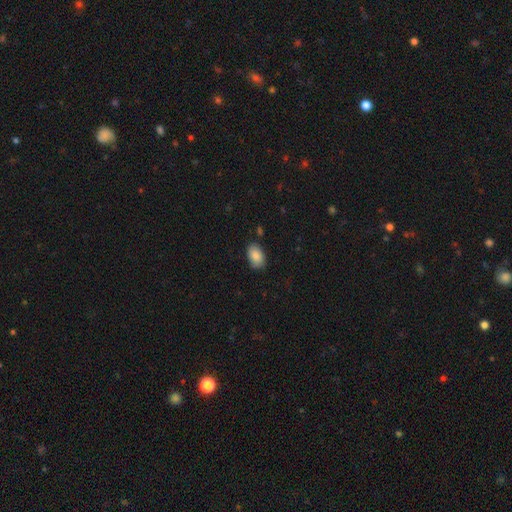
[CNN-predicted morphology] type=smooth (87%); roundness=in between (90%); merging=none (80%).